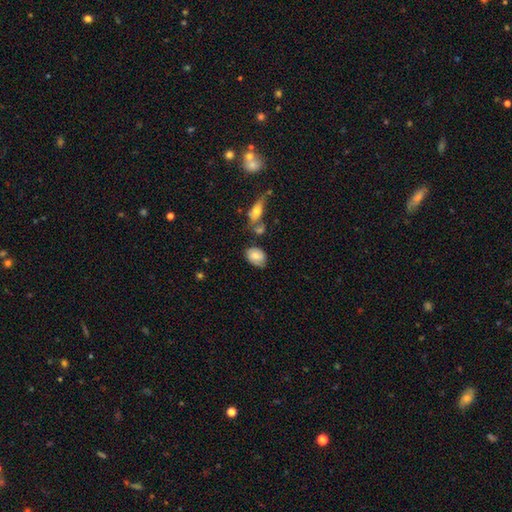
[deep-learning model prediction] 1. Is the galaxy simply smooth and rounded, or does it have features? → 74% smooth, 19% featured or disk, 7% star or artifact.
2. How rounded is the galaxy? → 76% in between, 22% round, 1% cigar-shaped.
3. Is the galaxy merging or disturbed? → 57% none, 24% minor disturbance, 12% merger, 6% major disturbance.